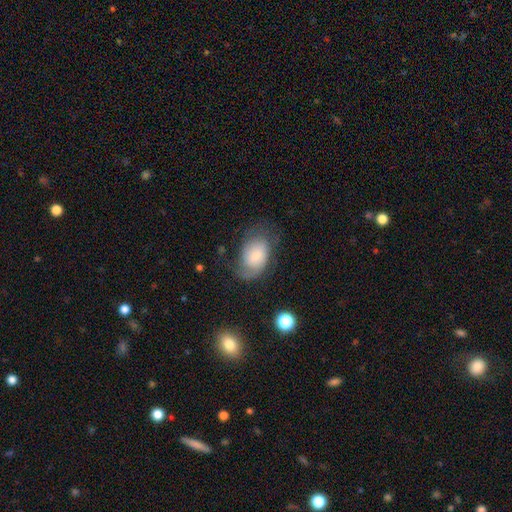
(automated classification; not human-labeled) This appears to be a smooth galaxy with no disk features (53%) that is in between round and cigar-shaped (86%). Merging: none (49%).